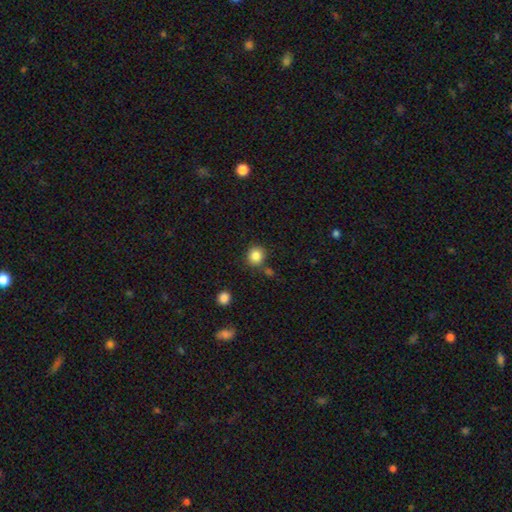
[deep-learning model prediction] This is clearly a smooth galaxy (85%). How rounded: clearly round (89%). Merging: clearly none (80%).